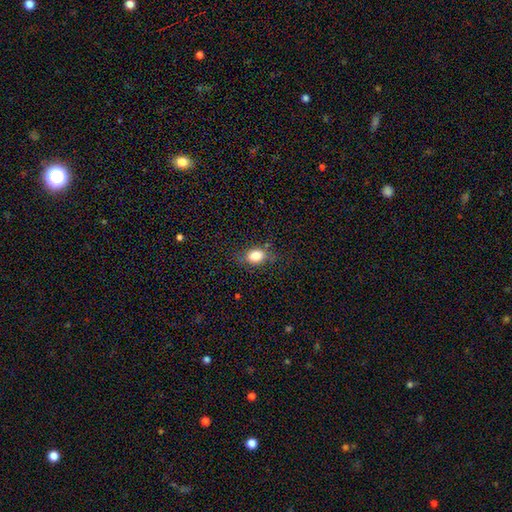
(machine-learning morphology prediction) A smooth galaxy with no disk features (81%) that is in between round and cigar-shaped (67%).

Vote fractions:
- Smooth or featured? smooth: 81% / star or artifact: 10% / featured or disk: 9%
- How rounded? in between: 67% / round: 31% / cigar-shaped: 2%
- Merging? none: 74% / minor disturbance: 18% / major disturbance: 5% / merger: 2%